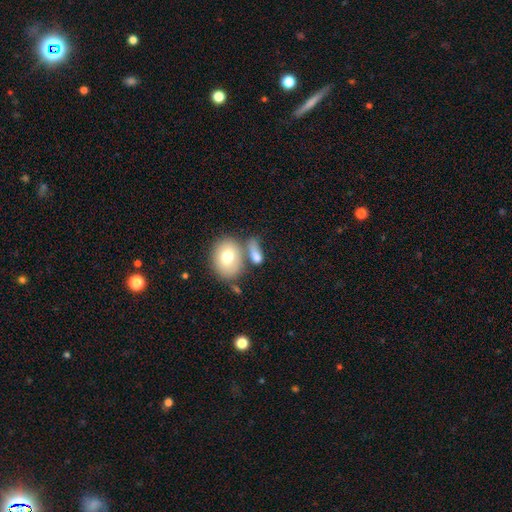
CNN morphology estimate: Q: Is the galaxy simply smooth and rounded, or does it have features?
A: smooth — 76%.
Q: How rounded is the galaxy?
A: in between — 71%.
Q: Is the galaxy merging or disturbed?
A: none — 42%.